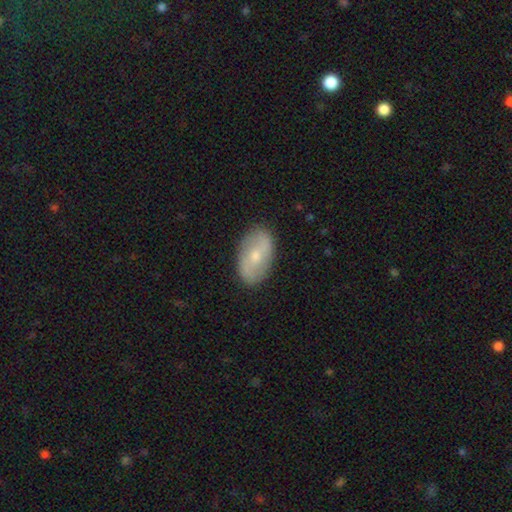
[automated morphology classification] smooth-or-featured: featured or disk: 47% | smooth: 46% | star or artifact: 6%
  merging: none: 86% | minor disturbance: 11% | major disturbance: 2% | merger: 1%